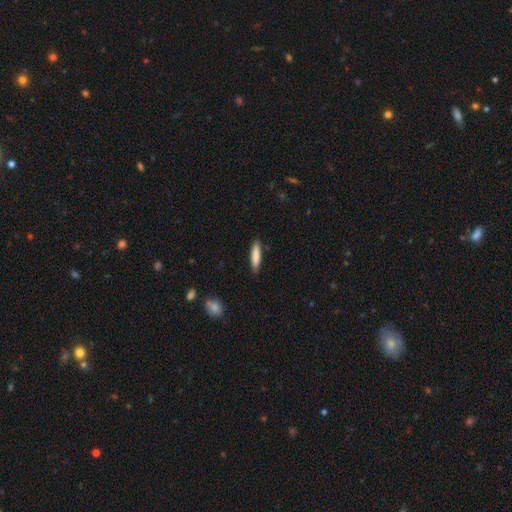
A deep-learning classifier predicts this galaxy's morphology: A smooth galaxy with no disk features (82%) that is cigar-shaped (83%).

Vote fractions:
- Smooth or featured? smooth: 82% / featured or disk: 12% / star or artifact: 6%
- How rounded? cigar-shaped: 83% / in between: 16% / round: 1%
- Merging? none: 88% / minor disturbance: 9% / major disturbance: 2% / merger: 1%